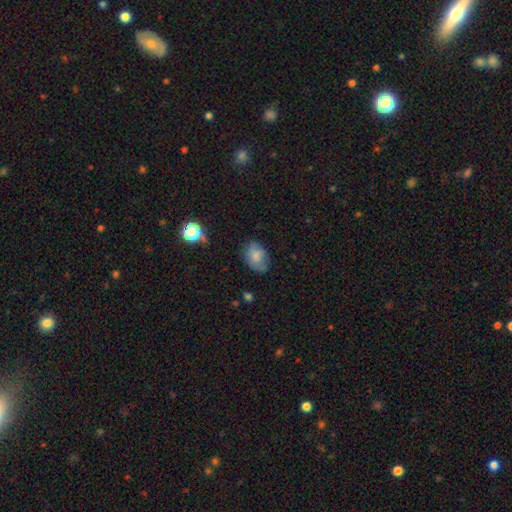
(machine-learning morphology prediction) smooth-or-featured: smooth: 72% | featured or disk: 18% | star or artifact: 10%
  how-rounded: in between: 79% | round: 20% | cigar-shaped: 1%
  merging: none: 64% | minor disturbance: 26% | major disturbance: 7% | merger: 2%